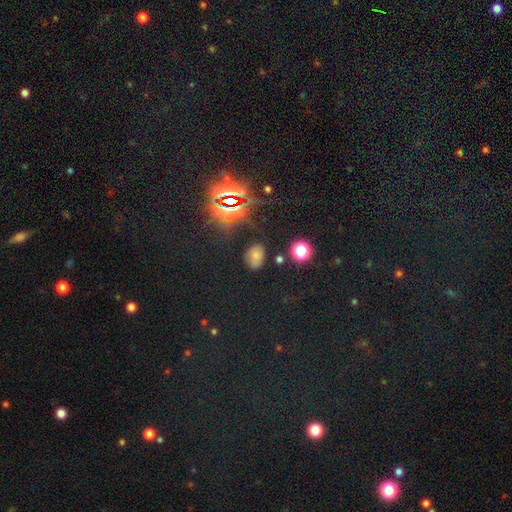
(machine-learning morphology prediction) The model was most divided on "smooth or featured": smooth: 59%, star or artifact: 32%, featured or disk: 9%. More confident: how rounded — in between (81%); merging — none (74%).